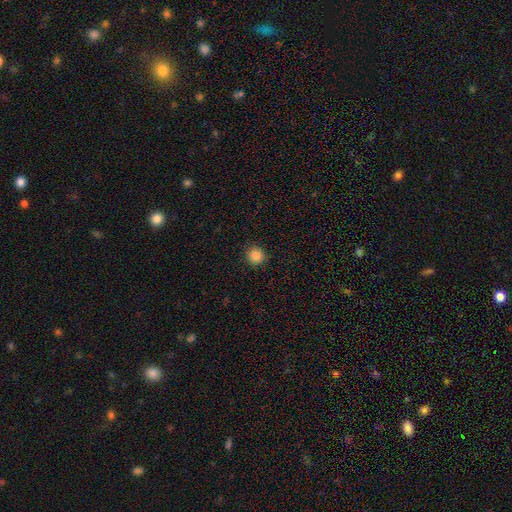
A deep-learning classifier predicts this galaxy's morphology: Smooth or featured? smooth (85%)
How rounded? round (93%)
Merging? none (92%)